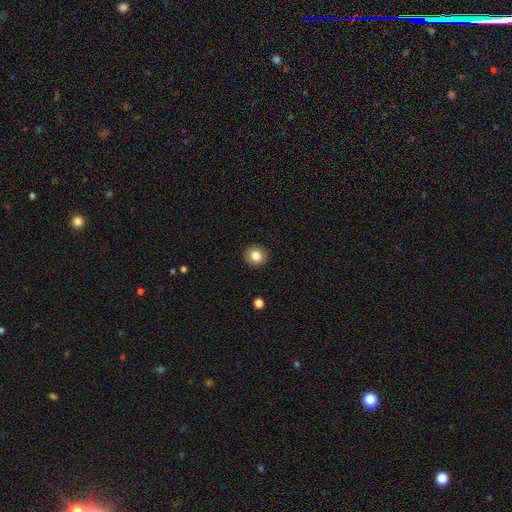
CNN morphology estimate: Smooth or featured: smooth — 84% (star or artifact — 10%)
How rounded: round — 87% (in between — 12%)
Merging: none — 91% (minor disturbance — 6%)